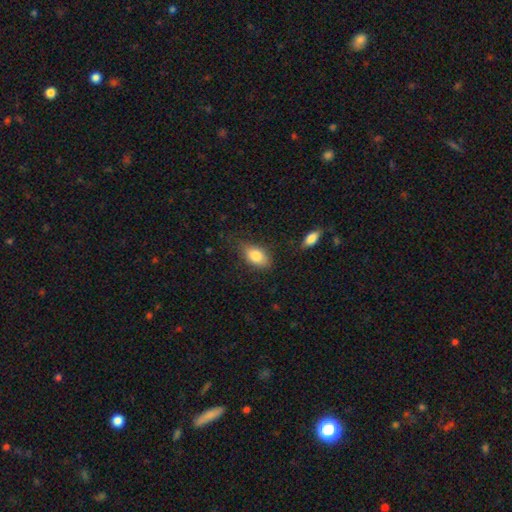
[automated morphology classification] smooth 81%, featured or disk 11%, star or artifact 7%. Down the decision tree: how rounded — in between (88%); merging — none (71%).